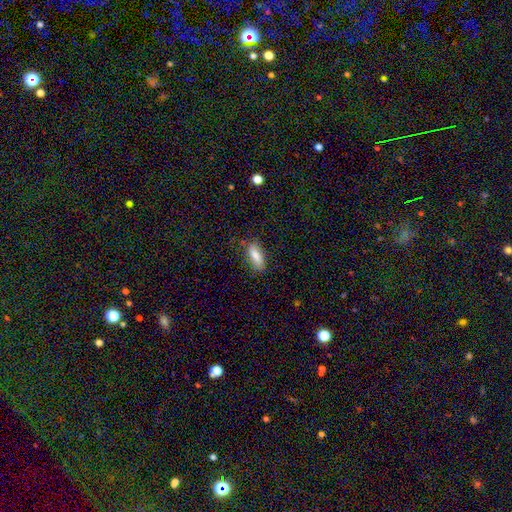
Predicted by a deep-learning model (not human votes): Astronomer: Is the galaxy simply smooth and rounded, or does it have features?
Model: smooth — 83%.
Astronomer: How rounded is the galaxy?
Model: in between — 70%.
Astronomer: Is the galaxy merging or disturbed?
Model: none — 78%.